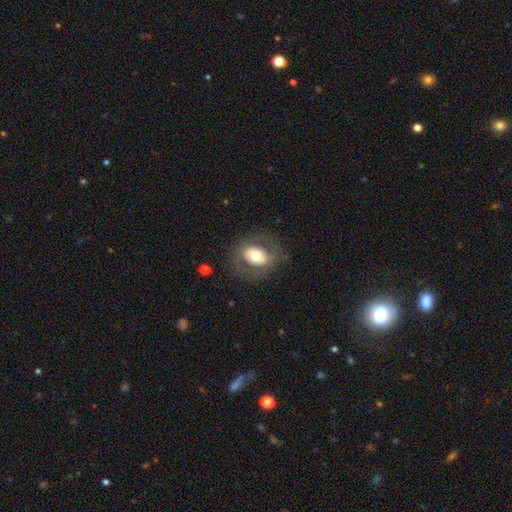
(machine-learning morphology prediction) This appears to be a smooth galaxy with no disk features (53%) that is in between round and cigar-shaped (66%). Merging: none (75%).